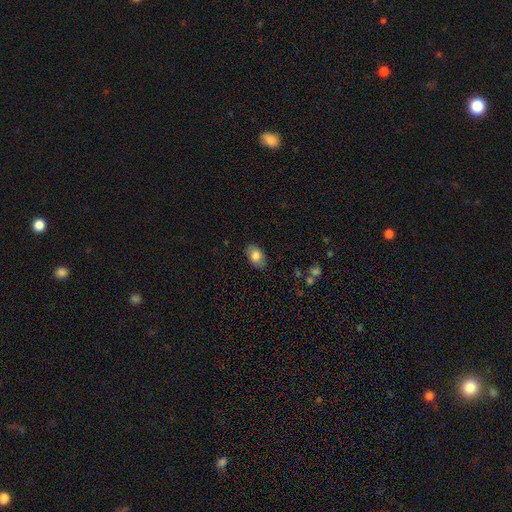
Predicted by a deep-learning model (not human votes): This is likely a smooth galaxy (79%). How rounded: clearly in between (88%). Merging: clearly none (85%).